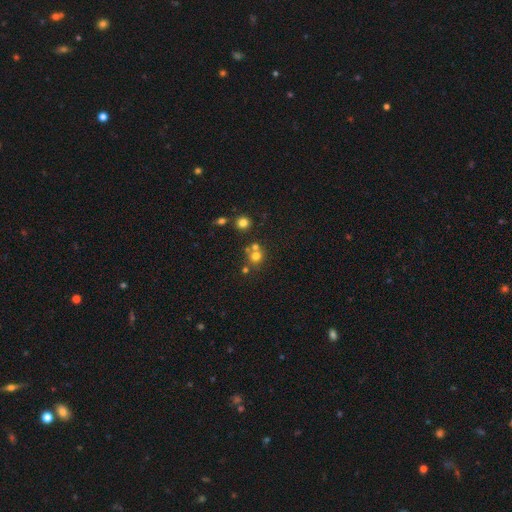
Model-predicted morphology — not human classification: Smooth or featured? Predicted: smooth (p=0.68). How rounded? Predicted: round (p=0.86). Merging? Predicted: none (p=0.55).